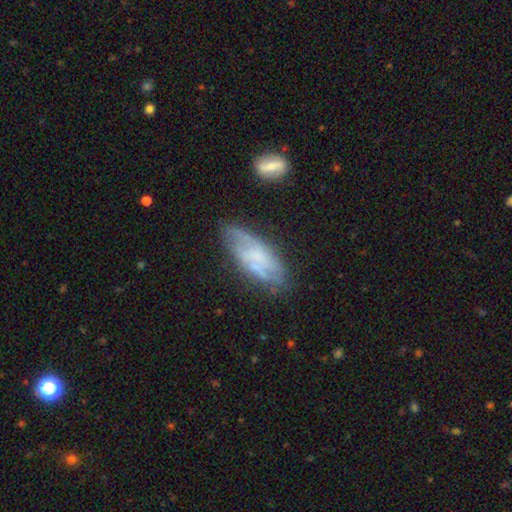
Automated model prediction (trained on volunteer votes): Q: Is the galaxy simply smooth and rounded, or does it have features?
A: featured or disk — 57%.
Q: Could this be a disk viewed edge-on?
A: no — 67%.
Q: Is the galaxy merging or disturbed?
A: none — 62%.